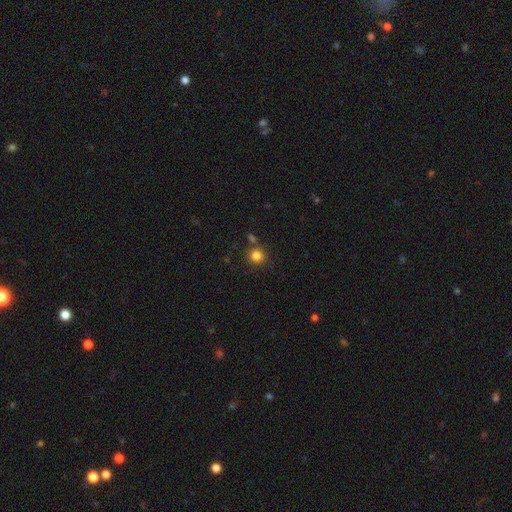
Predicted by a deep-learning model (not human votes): Smooth or featured: smooth — 83% (star or artifact — 12%)
How rounded: round — 92% (in between — 7%)
Merging: none — 81% (merger — 8%)